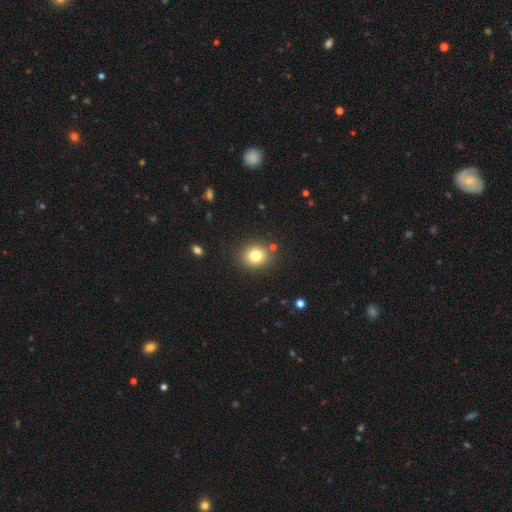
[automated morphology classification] smooth-or-featured: smooth: 78% | star or artifact: 13% | featured or disk: 9%
  how-rounded: round: 82% | in between: 17% | cigar-shaped: 1%
  merging: none: 86% | minor disturbance: 8% | merger: 4% | major disturbance: 3%